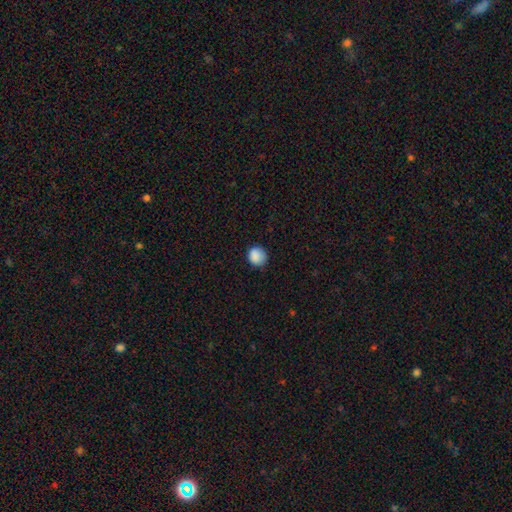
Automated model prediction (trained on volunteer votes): A smooth galaxy with no disk features (88%) that is round (79%). Merging: none (78%).